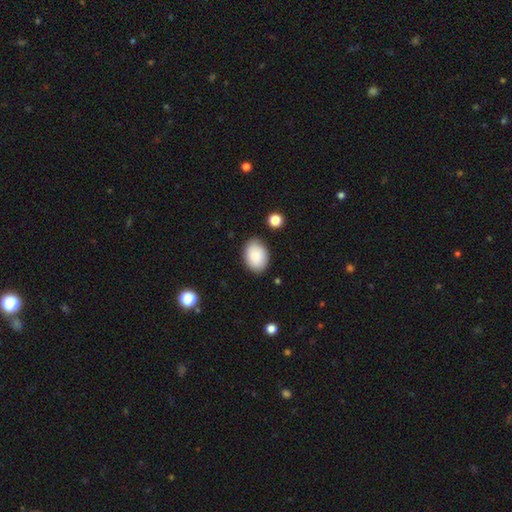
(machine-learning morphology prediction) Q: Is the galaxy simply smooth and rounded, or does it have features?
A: smooth — 89%.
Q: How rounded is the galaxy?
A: in between — 85%.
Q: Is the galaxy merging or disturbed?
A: none — 85%.